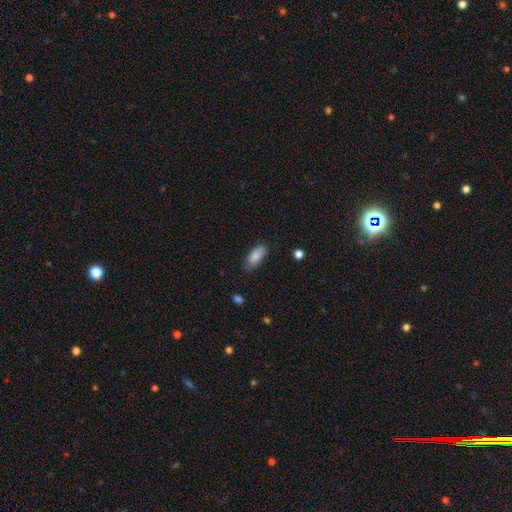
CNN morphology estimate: This is clearly a smooth galaxy (86%). How rounded: clearly in between (86%). Merging: likely none (78%).